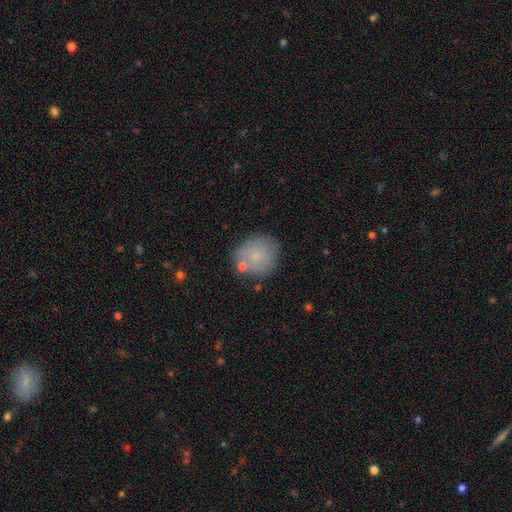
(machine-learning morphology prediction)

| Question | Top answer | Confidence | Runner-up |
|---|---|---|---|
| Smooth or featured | smooth | 74% | featured or disk (17%) |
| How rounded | round | 84% | in between (15%) |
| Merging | none | 71% | minor disturbance (16%) |